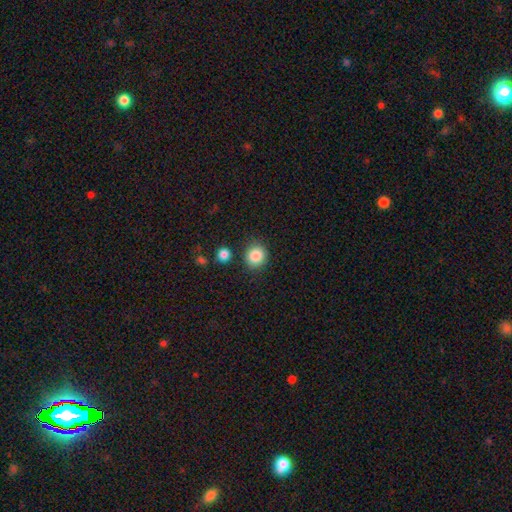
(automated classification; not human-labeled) Smooth or featured?
  - smooth: 86% *
  - star or artifact: 9%
  - featured or disk: 4%
How rounded?
  - round: 83% *
  - in between: 16%
  - cigar-shaped: 1%
Merging?
  - none: 84% *
  - minor disturbance: 9%
  - merger: 4%
  - major disturbance: 3%